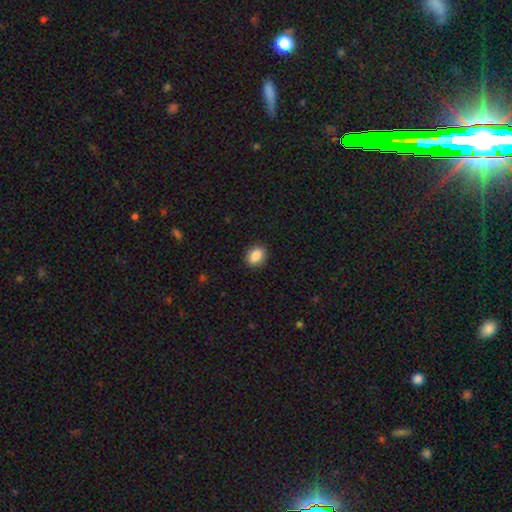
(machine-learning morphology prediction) Q: Smooth or featured?
A: smooth (87%); runner-up: star or artifact (8%)
Q: How rounded?
A: in between (60%); runner-up: round (38%)
Q: Merging?
A: none (90%); runner-up: minor disturbance (7%)